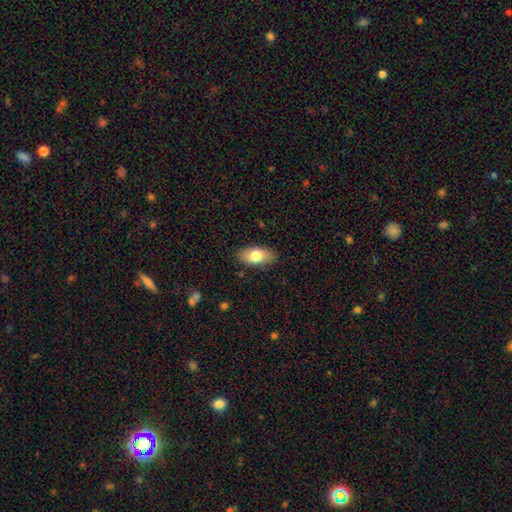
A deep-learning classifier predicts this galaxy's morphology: Overall: smooth (77%). How rounded: in between (91%). Merging: none (86%).